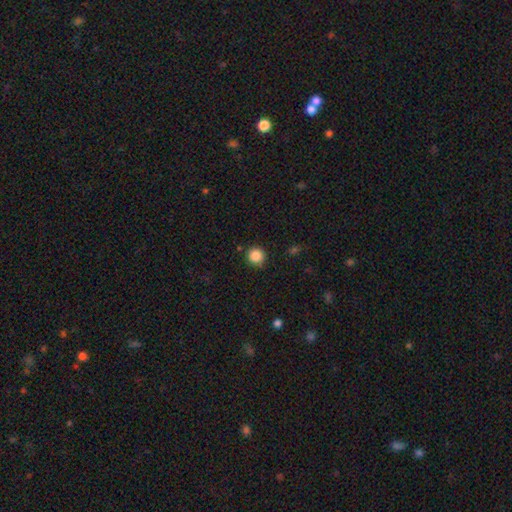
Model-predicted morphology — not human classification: Smooth or featured? smooth (86%)
How rounded? round (95%)
Merging? none (89%)